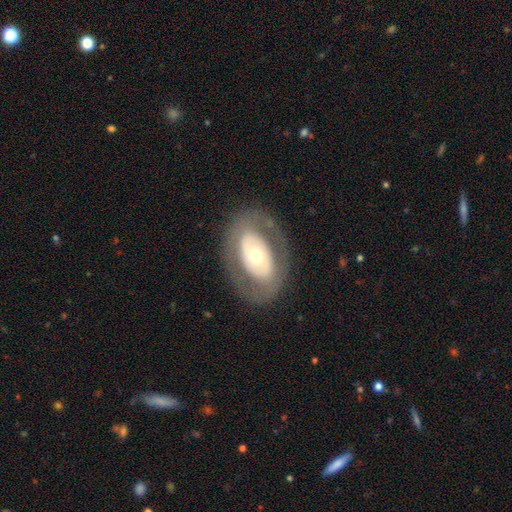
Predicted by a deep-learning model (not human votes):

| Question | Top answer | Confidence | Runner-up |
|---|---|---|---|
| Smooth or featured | featured or disk | 61% | smooth (33%) |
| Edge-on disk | no | 92% | yes (8%) |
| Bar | no | 81% | weak (12%) |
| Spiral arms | no | 79% | yes (21%) |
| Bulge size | moderate | 60% | small (28%) |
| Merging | none | 78% | minor disturbance (12%) |